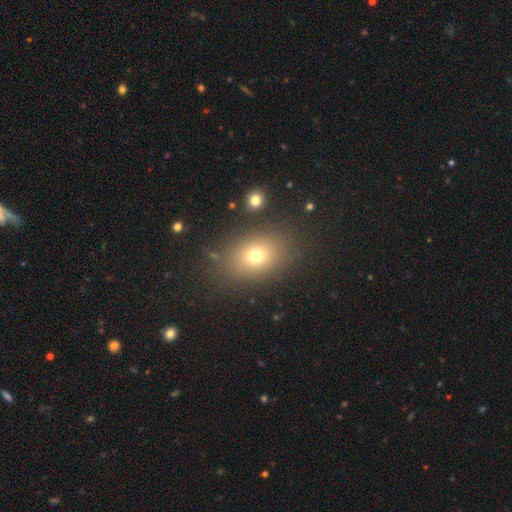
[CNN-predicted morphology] Smooth or featured? smooth (71%)
How rounded? in between (62%)
Merging? none (81%)